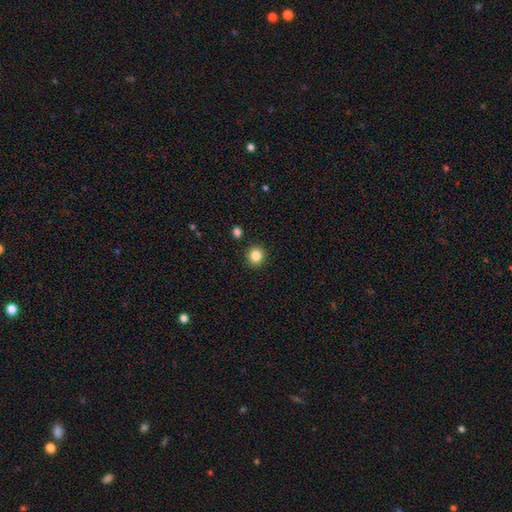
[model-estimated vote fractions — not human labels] Smooth or featured?
  - smooth: 85% *
  - star or artifact: 11%
  - featured or disk: 4%
How rounded?
  - round: 88% *
  - in between: 11%
  - cigar-shaped: 1%
Merging?
  - none: 90% *
  - minor disturbance: 6%
  - merger: 2%
  - major disturbance: 2%